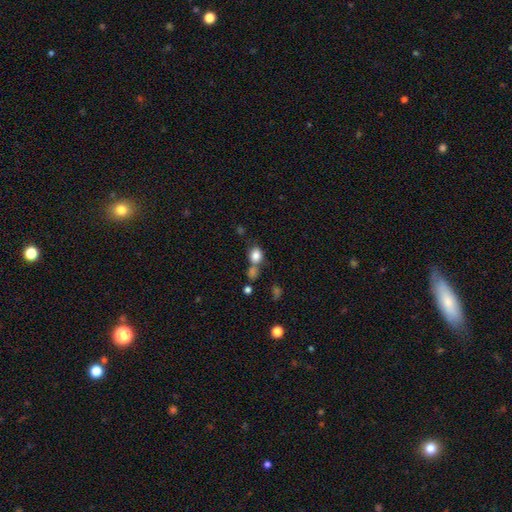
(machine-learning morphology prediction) smooth-or-featured: smooth: 83% | star or artifact: 10% | featured or disk: 7%
  how-rounded: round: 55% | in between: 44% | cigar-shaped: 1%
  merging: none: 50% | merger: 30% | minor disturbance: 14% | major disturbance: 6%